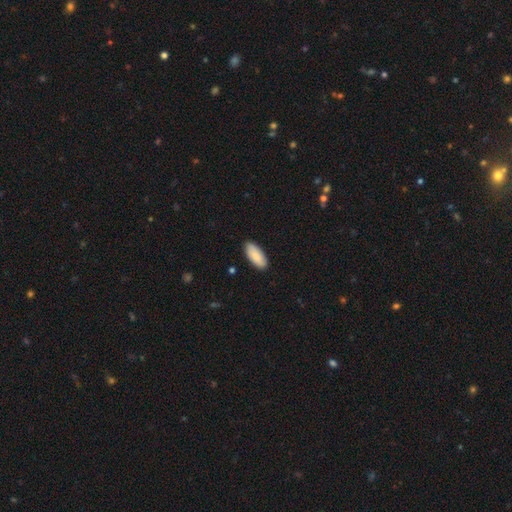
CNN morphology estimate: This appears to be a smooth galaxy with no disk features (89%) that is in between round and cigar-shaped (86%). Merging: none (88%).